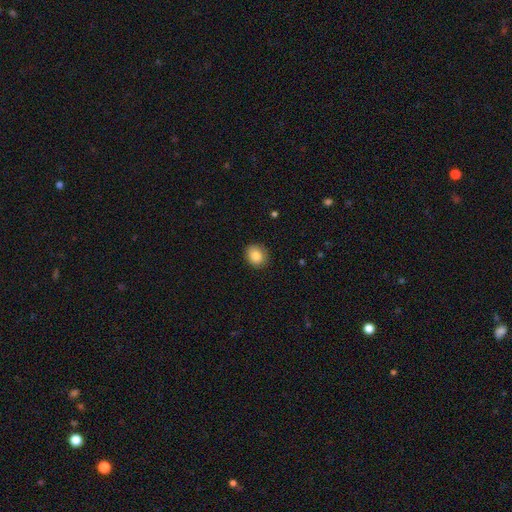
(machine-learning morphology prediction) type=smooth (85%); roundness=round (73%); merging=none (87%).